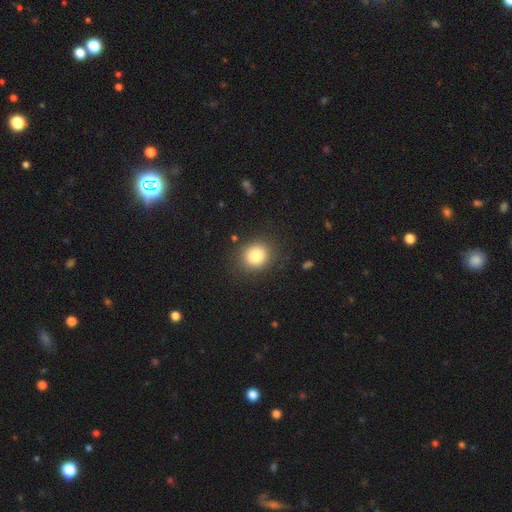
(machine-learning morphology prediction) Q: Smooth or featured?
A: smooth (84%); runner-up: star or artifact (10%)
Q: How rounded?
A: round (81%); runner-up: in between (18%)
Q: Merging?
A: none (87%); runner-up: minor disturbance (8%)